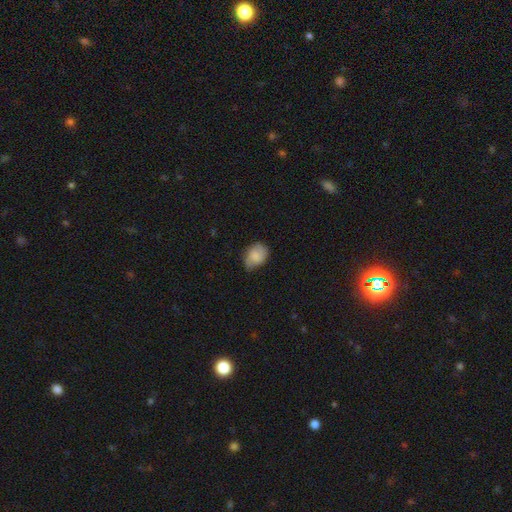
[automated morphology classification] Smooth or featured?
  - smooth: 75% *
  - featured or disk: 17%
  - star or artifact: 8%
How rounded?
  - in between: 70% *
  - round: 29%
  - cigar-shaped: 1%
Merging?
  - none: 52% *
  - minor disturbance: 37%
  - major disturbance: 9%
  - merger: 1%